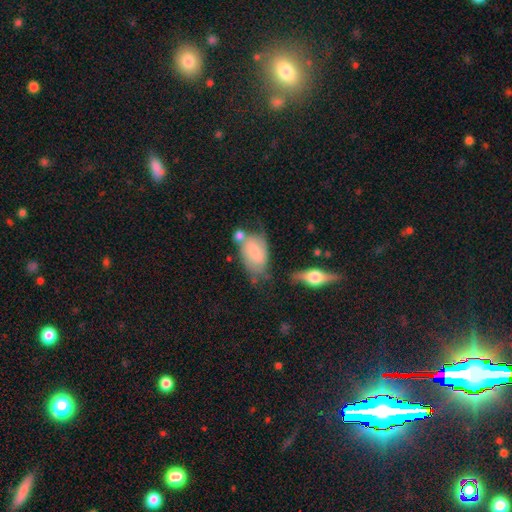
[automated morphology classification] This appears to be a smooth galaxy with no disk features (61%) that is in between round and cigar-shaped (91%). Merging: none (38%).